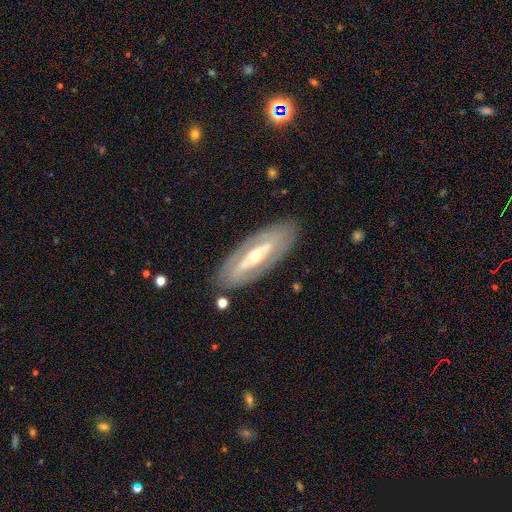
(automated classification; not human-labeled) A featured or disk galaxy (76%) with a strong bar (39%), no spiral arms (54%) and a moderate central bulge (58%).

Vote fractions:
- Smooth or featured? featured or disk: 76% / smooth: 19% / star or artifact: 5%
- Edge-on disk? no: 80% / yes: 20%
- Bar? strong: 39% / no: 37% / weak: 25%
- Spiral arms? no: 54% / yes: 46%
- Bulge size? moderate: 58% / small: 36% / large: 4% / dominant: 1% / none: 1%
- Merging? none: 84% / minor disturbance: 11% / major disturbance: 4% / merger: 1%